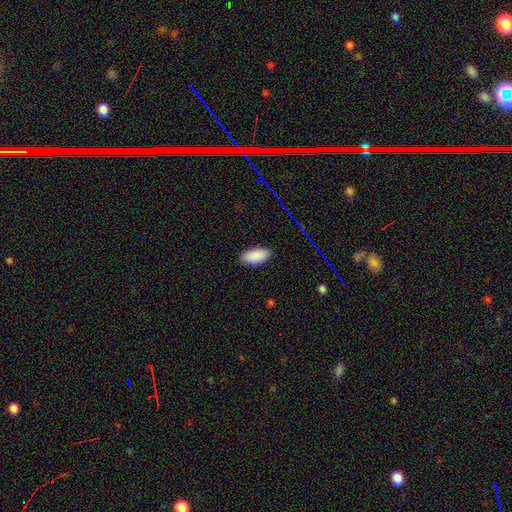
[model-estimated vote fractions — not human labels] Smooth or featured: smooth — 89% (star or artifact — 7%)
How rounded: in between — 91% (cigar-shaped — 7%)
Merging: none — 87% (minor disturbance — 10%)